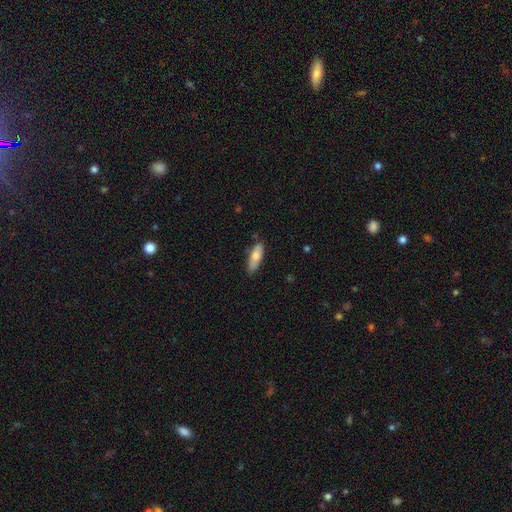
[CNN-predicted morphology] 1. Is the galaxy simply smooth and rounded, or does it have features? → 73% smooth, 21% featured or disk, 6% star or artifact.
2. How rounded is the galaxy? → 60% in between, 38% cigar-shaped, 2% round.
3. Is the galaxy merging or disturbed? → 77% none, 19% minor disturbance, 3% major disturbance, 2% merger.